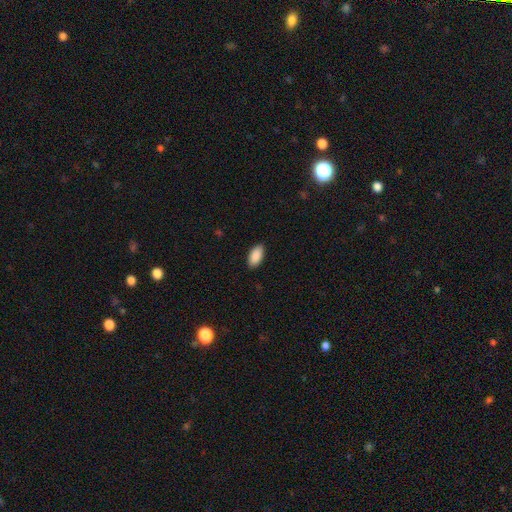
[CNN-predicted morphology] smooth 91%, star or artifact 6%, featured or disk 3%. Down the decision tree: how rounded — in between (94%); merging — none (89%).